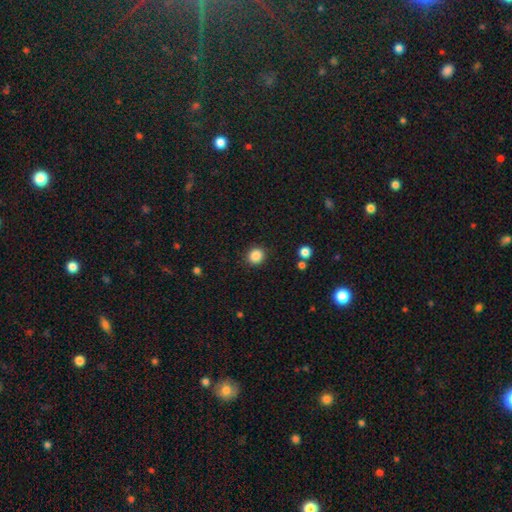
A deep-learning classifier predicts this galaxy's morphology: smooth-or-featured: smooth: 86% | star or artifact: 10% | featured or disk: 3%
  how-rounded: round: 87% | in between: 13% | cigar-shaped: 1%
  merging: none: 90% | minor disturbance: 6% | major disturbance: 2% | merger: 1%